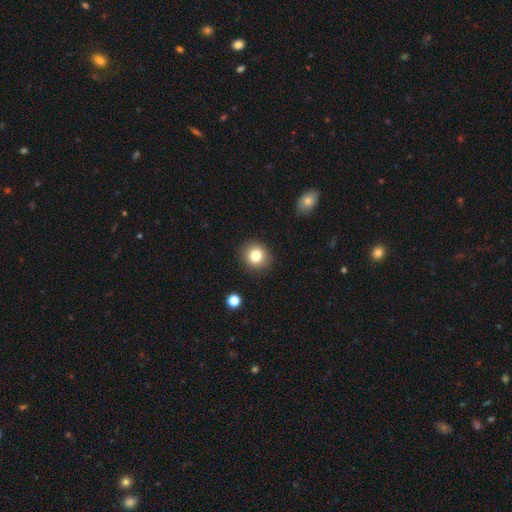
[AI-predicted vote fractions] smooth-or-featured: smooth: 80% | star or artifact: 11% | featured or disk: 8%
  how-rounded: round: 89% | in between: 10% | cigar-shaped: 1%
  merging: none: 90% | minor disturbance: 6% | major disturbance: 2% | merger: 1%